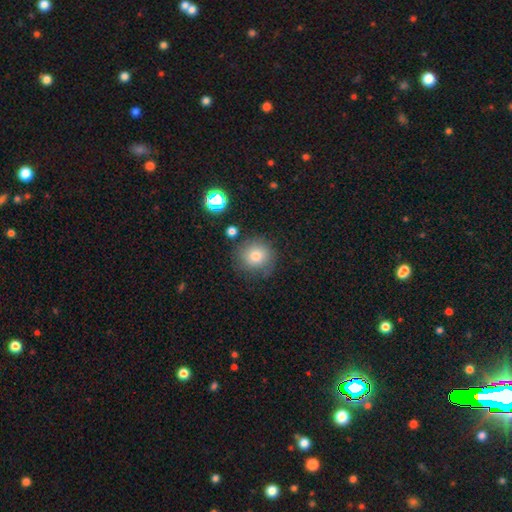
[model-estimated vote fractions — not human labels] Smooth or featured?
  - smooth: 76% *
  - star or artifact: 12%
  - featured or disk: 12%
How rounded?
  - round: 91% *
  - in between: 8%
  - cigar-shaped: 1%
Merging?
  - none: 76% *
  - minor disturbance: 15%
  - major disturbance: 5%
  - merger: 4%